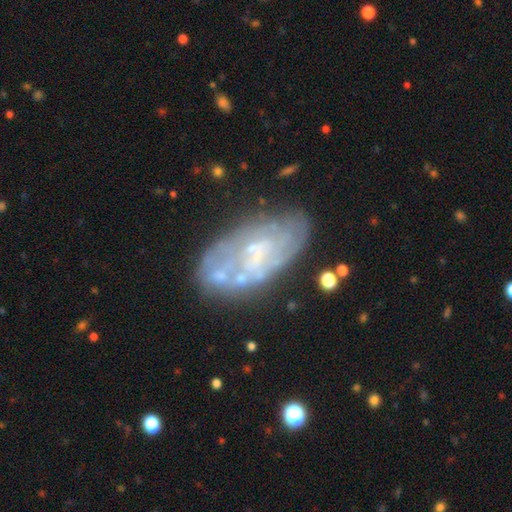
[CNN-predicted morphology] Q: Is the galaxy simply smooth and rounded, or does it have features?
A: featured or disk — 68%.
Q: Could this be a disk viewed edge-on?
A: no — 95%.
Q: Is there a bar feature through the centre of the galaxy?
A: no — 61%.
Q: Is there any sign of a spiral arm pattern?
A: no — 56%.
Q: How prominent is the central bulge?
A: none — 45%.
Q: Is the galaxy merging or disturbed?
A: none — 58%.